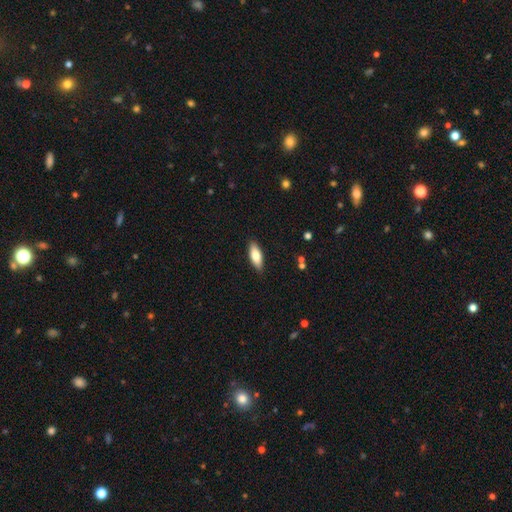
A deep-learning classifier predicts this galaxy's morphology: Smooth or featured? Predicted: smooth (p=0.78). How rounded? Predicted: in between (p=0.68). Merging? Predicted: none (p=0.88).